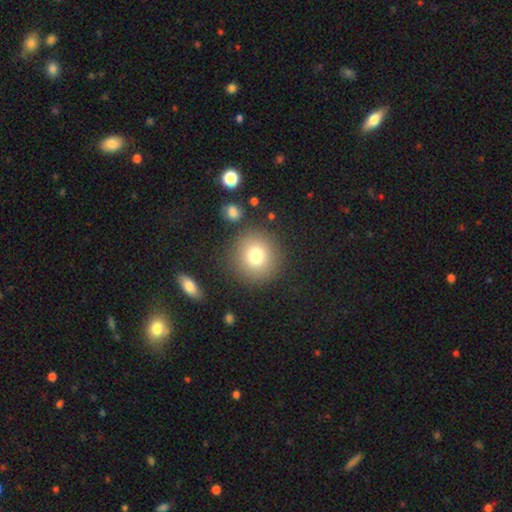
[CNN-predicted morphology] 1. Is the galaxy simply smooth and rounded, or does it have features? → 76% smooth, 13% star or artifact, 11% featured or disk.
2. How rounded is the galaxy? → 92% round, 7% in between, 1% cigar-shaped.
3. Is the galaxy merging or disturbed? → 86% none, 7% minor disturbance, 4% merger, 3% major disturbance.